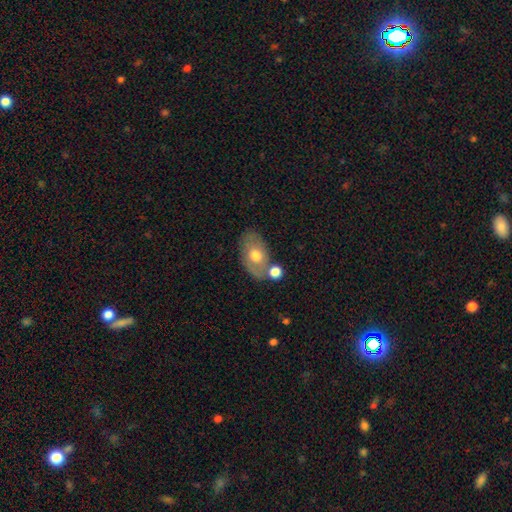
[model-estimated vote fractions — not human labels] Smooth or featured? smooth (57%)
How rounded? in between (84%)
Merging? none (60%)